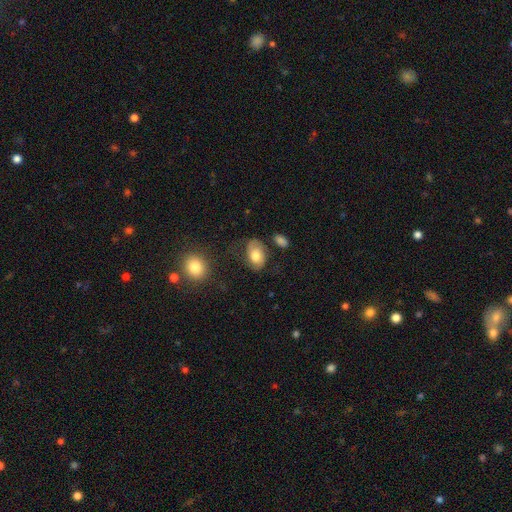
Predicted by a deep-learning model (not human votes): smooth_or_featured: smooth (p=0.58) [alt: featured or disk p=0.35]
how_rounded: in between (p=0.85) [alt: round p=0.14]
merging: none (p=0.59) [alt: minor disturbance p=0.25]